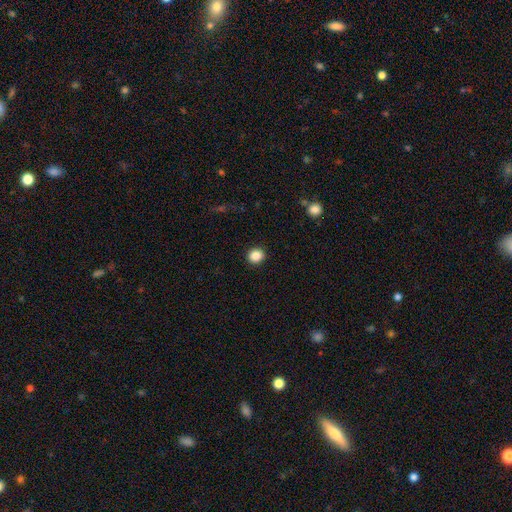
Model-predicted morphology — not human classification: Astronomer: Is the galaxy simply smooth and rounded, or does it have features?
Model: smooth — 87%.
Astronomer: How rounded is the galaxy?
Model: round — 81%.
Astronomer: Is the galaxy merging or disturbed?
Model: none — 92%.